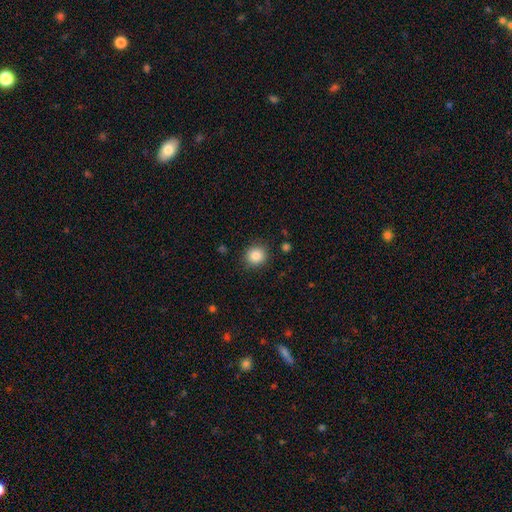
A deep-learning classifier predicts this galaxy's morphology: smooth_or_featured: smooth (p=0.85) [alt: star or artifact p=0.10]
how_rounded: round (p=0.86) [alt: in between p=0.13]
merging: none (p=0.88) [alt: minor disturbance p=0.08]